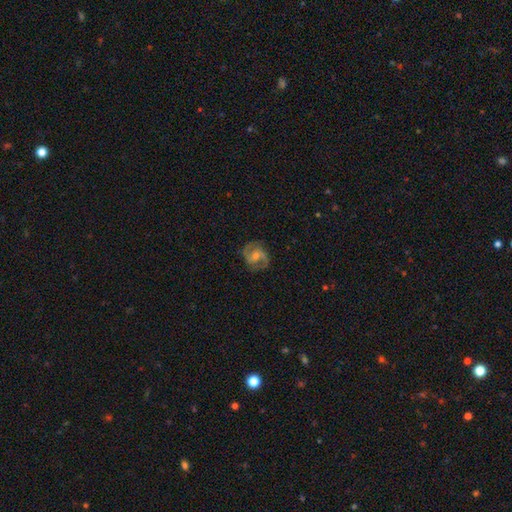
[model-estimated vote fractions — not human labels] The model was most divided on "bulge size": moderate: 50%, small: 42%, none: 4%, large: 3%, dominant: 1%. Remaining: edge-on disk — no (98%); spiral arms — yes (96%); spiral arm count — 2 (89%); smooth or featured — featured or disk (84%); merging — none (82%); spiral winding — medium (57%); bar — weak (47%).